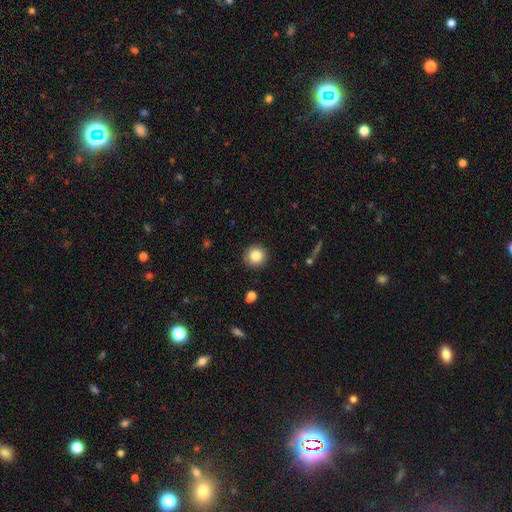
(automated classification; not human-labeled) smooth_or_featured: smooth (p=0.85) [alt: star or artifact p=0.10]
how_rounded: round (p=0.93) [alt: in between p=0.06]
merging: none (p=0.91) [alt: minor disturbance p=0.06]